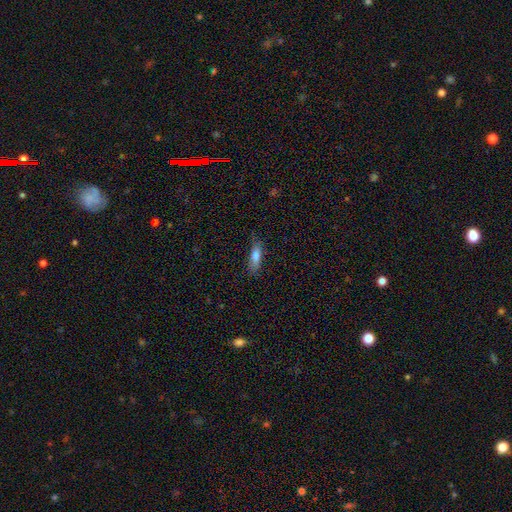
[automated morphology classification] smooth 77%, featured or disk 16%, star or artifact 7%. Down the decision tree: how rounded — cigar-shaped (50%); merging — none (75%).